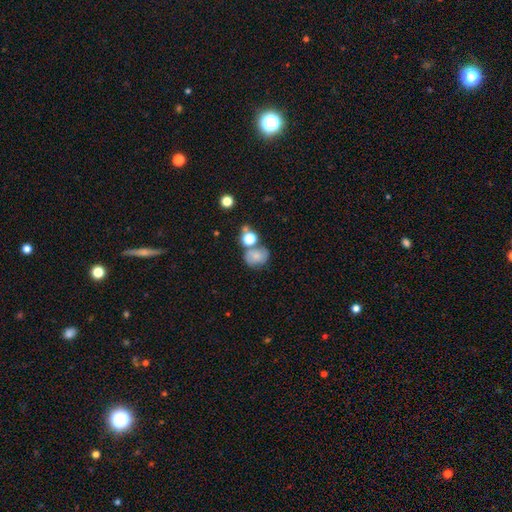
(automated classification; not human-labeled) Smooth or featured?
  - smooth: 63% *
  - featured or disk: 24%
  - star or artifact: 12%
How rounded?
  - round: 63% *
  - in between: 36%
  - cigar-shaped: 1%
Merging?
  - none: 47% *
  - merger: 27%
  - minor disturbance: 18%
  - major disturbance: 8%